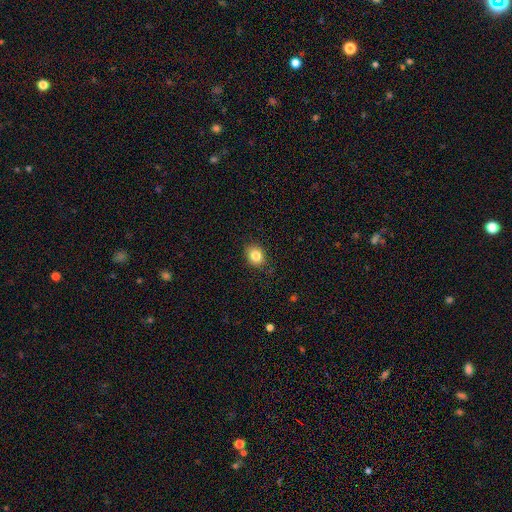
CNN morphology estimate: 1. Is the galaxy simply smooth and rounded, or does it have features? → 84% smooth, 10% star or artifact, 6% featured or disk.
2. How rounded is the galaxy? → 55% round, 44% in between, 1% cigar-shaped.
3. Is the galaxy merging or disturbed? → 87% none, 10% minor disturbance, 2% major disturbance, 1% merger.